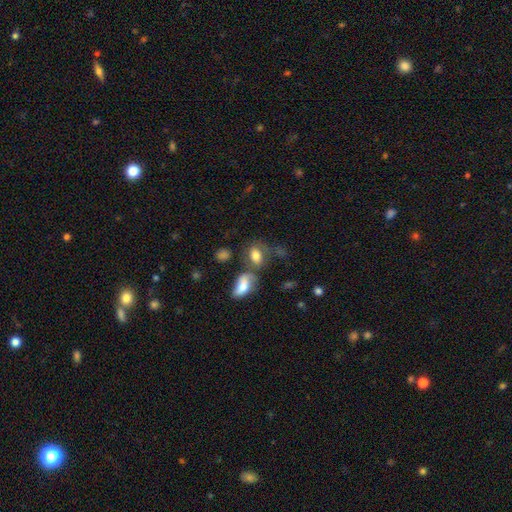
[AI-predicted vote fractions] Morphology: type=smooth (77%); roundness=in between (83%); merging=none (44%).